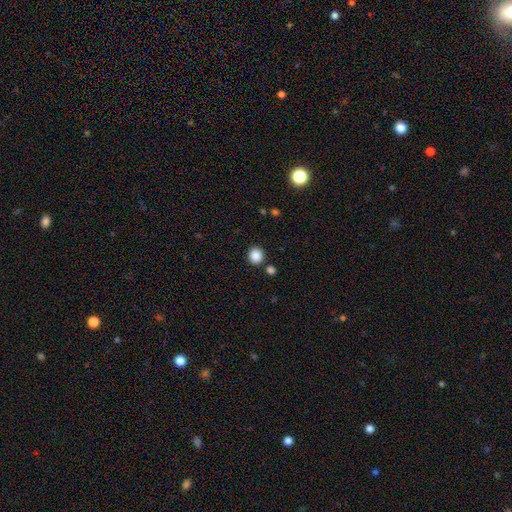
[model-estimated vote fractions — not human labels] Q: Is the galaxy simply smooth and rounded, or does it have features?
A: smooth — 87%.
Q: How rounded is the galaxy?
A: round — 87%.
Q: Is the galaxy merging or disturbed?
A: none — 85%.